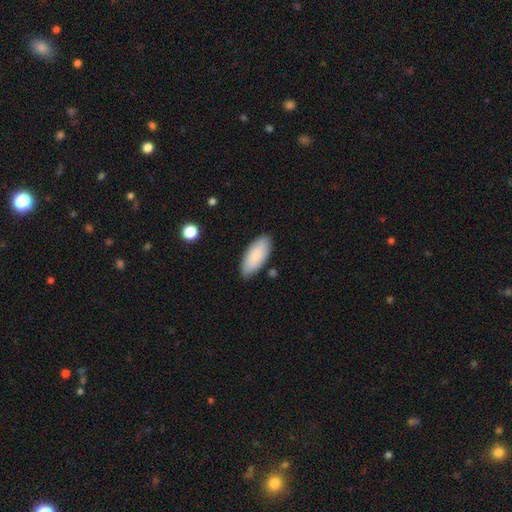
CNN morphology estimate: smooth_or_featured: smooth (p=0.86) [alt: featured or disk p=0.09]
how_rounded: in between (p=0.84) [alt: cigar-shaped p=0.15]
merging: none (p=0.84) [alt: minor disturbance p=0.12]